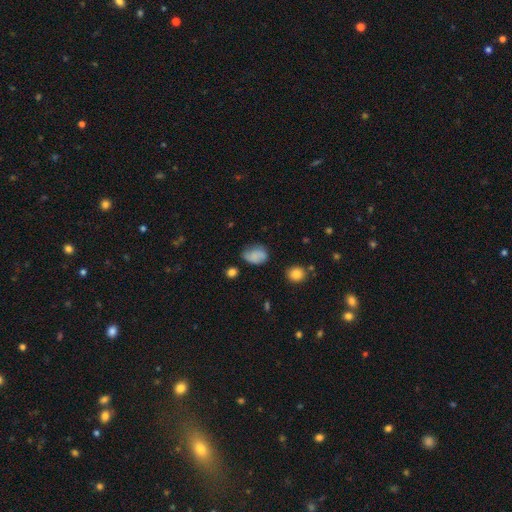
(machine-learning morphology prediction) smooth 77%, featured or disk 13%, star or artifact 10%. Down the decision tree: how rounded — in between (76%); merging — none (55%).